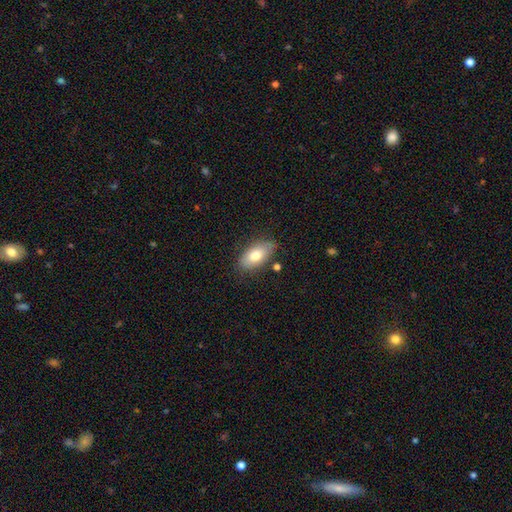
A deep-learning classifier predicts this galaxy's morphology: A smooth galaxy with no disk features (76%) that is in between round and cigar-shaped (92%).

Vote fractions:
- Smooth or featured? smooth: 76% / featured or disk: 18% / star or artifact: 7%
- How rounded? in between: 92% / round: 4% / cigar-shaped: 4%
- Merging? none: 76% / minor disturbance: 17% / major disturbance: 3% / merger: 3%